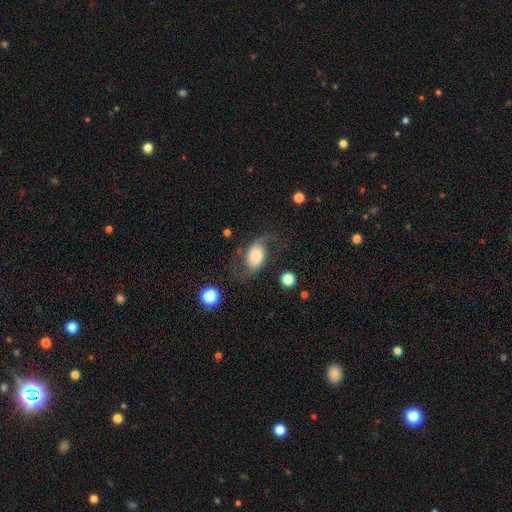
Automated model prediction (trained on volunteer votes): The model was most divided on "smooth or featured": smooth: 48%, featured or disk: 44%, star or artifact: 8%. More confident: merging — none (52%).